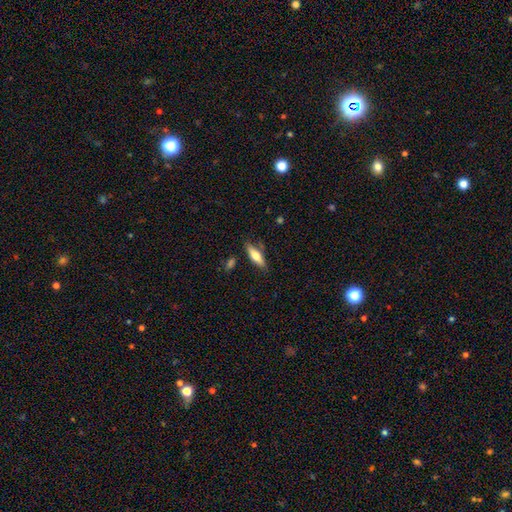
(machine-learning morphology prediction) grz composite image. It shows a smooth galaxy with no disk features (61%) that is cigar-shaped (55%). Merging: none (77%).